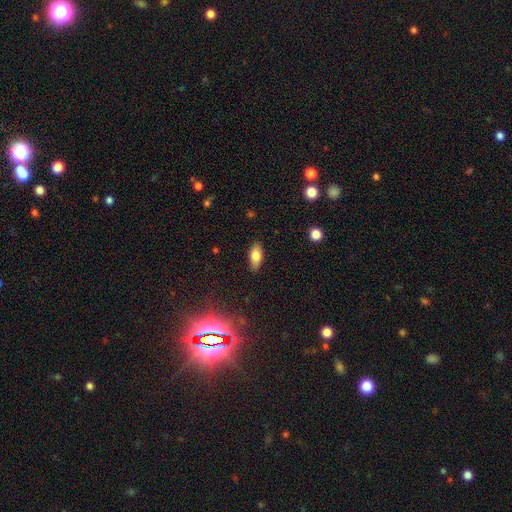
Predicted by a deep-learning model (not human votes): A smooth galaxy with no disk features (76%) that is in between round and cigar-shaped (84%).

Vote fractions:
- Smooth or featured? smooth: 76% / featured or disk: 16% / star or artifact: 8%
- How rounded? in between: 84% / cigar-shaped: 12% / round: 4%
- Merging? none: 87% / minor disturbance: 10% / major disturbance: 2% / merger: 1%